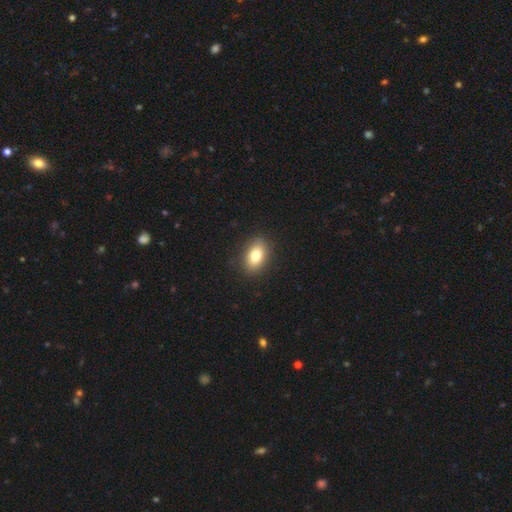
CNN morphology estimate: Smooth or featured? smooth (80%)
How rounded? in between (84%)
Merging? none (88%)